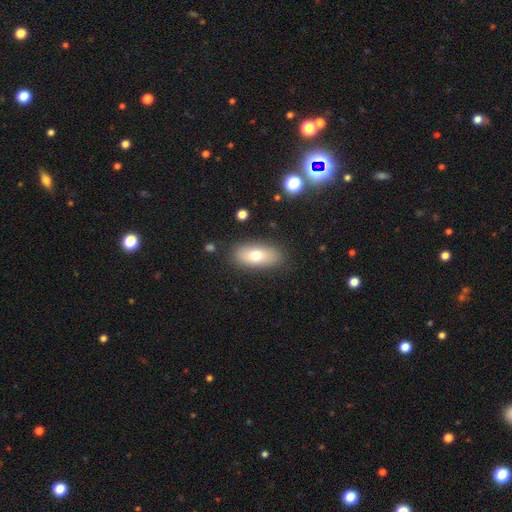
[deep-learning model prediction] Overall: smooth (71%). How rounded: in between (85%). Merging: none (85%).